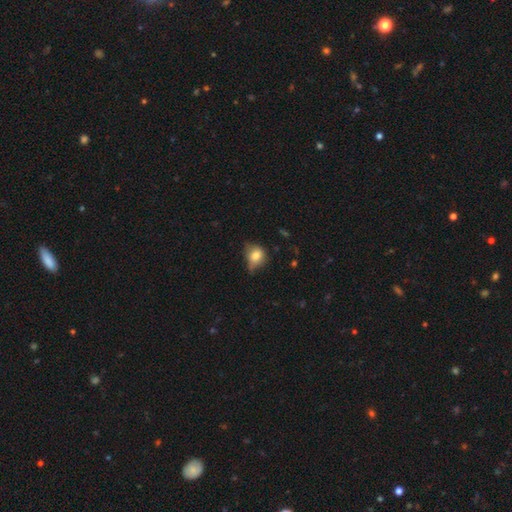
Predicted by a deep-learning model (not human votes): A smooth galaxy with no disk features (77%) that is round (56%).

Vote fractions:
- Smooth or featured? smooth: 77% / featured or disk: 14% / star or artifact: 10%
- How rounded? round: 56% / in between: 43% / cigar-shaped: 1%
- Merging? minor disturbance: 42% / none: 39% / major disturbance: 16% / merger: 3%